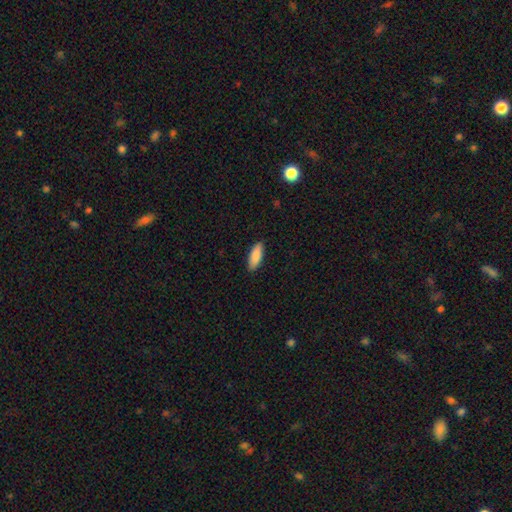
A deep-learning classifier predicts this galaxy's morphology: type=smooth (88%); roundness=in between (68%); merging=none (89%).